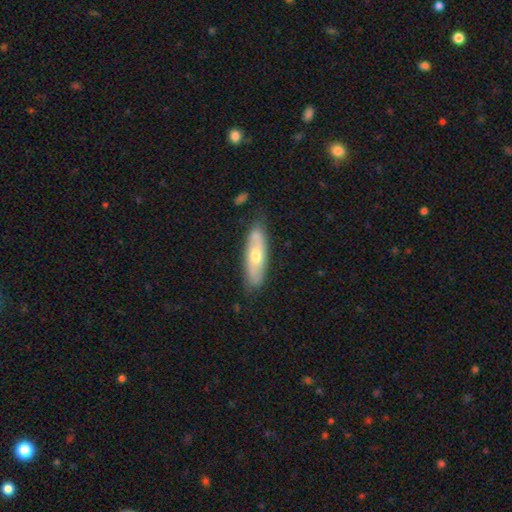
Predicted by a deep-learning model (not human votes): Smooth or featured? Predicted: featured or disk (p=0.47, tied with smooth). Merging? Predicted: none (p=0.78).